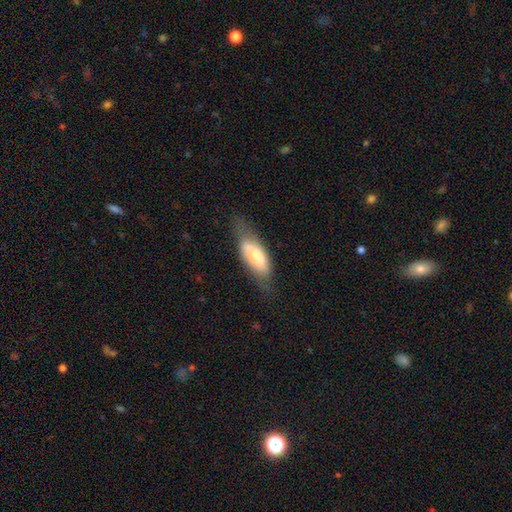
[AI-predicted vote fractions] A smooth galaxy with no disk features (58%) that is in between round and cigar-shaped (77%).

Vote fractions:
- Smooth or featured? smooth: 58% / featured or disk: 36% / star or artifact: 6%
- How rounded? in between: 77% / cigar-shaped: 21% / round: 2%
- Merging? none: 56% / minor disturbance: 29% / major disturbance: 13% / merger: 2%